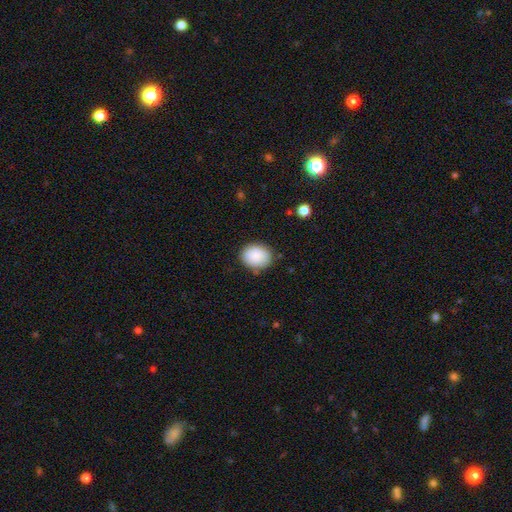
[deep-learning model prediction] A smooth galaxy with no disk features (88%) that is round (53%). Merging: none (82%).